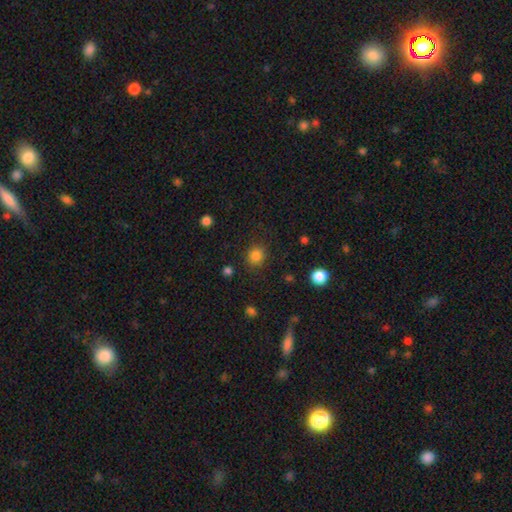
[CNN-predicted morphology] Smooth or featured? Predicted: smooth (p=0.84). How rounded? Predicted: round (p=0.83). Merging? Predicted: none (p=0.86).